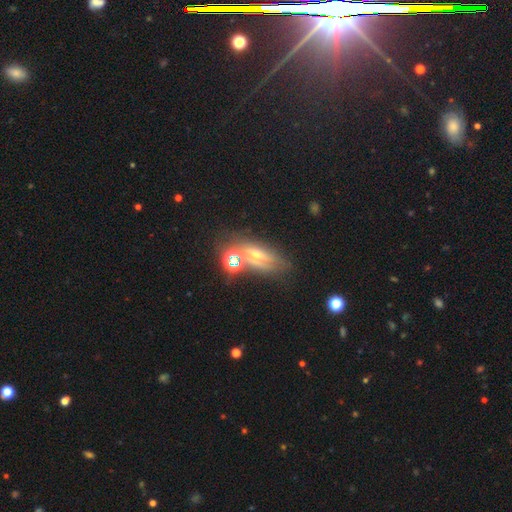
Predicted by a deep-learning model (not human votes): A featured or disk galaxy (45%). Merging: none (54%).